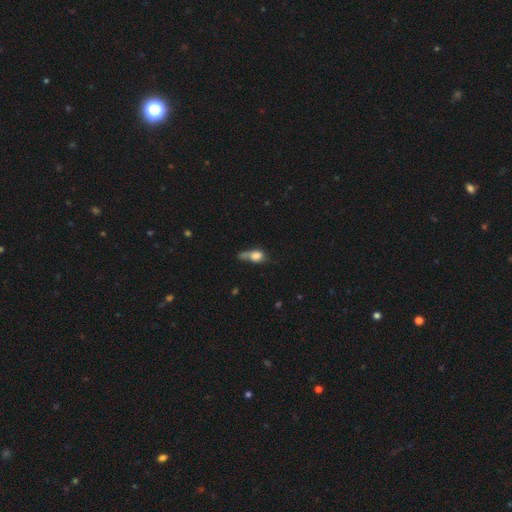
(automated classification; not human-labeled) Q: Smooth or featured?
A: smooth (68%); runner-up: featured or disk (20%)
Q: How rounded?
A: in between (60%); runner-up: round (29%)
Q: Merging?
A: major disturbance (27%); runner-up: none (25%)